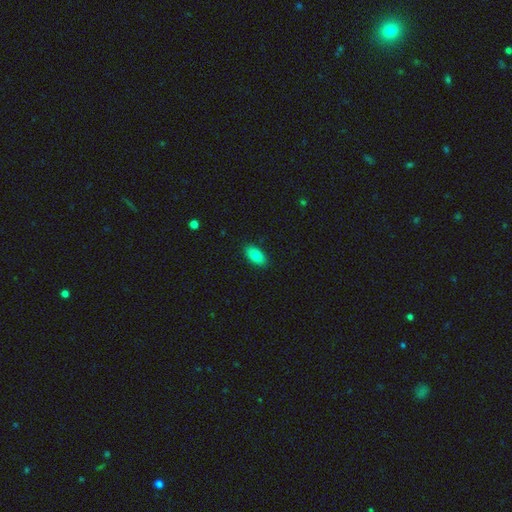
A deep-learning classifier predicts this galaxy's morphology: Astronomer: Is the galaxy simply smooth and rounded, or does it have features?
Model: smooth — 81%.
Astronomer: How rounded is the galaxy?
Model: in between — 92%.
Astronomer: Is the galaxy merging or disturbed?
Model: none — 88%.